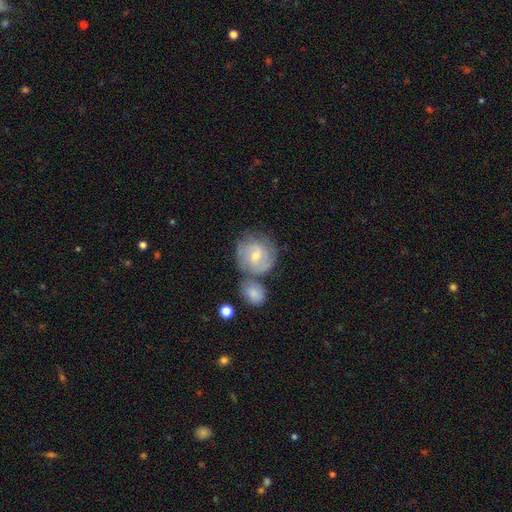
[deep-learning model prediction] Q: Smooth or featured?
A: featured or disk (58%); runner-up: smooth (35%)
Q: Edge-on disk?
A: no (97%); runner-up: yes (3%)
Q: Bar?
A: weak (50%); runner-up: no (40%)
Q: Spiral arms?
A: yes (80%); runner-up: no (20%)
Q: Bulge size?
A: moderate (50%); runner-up: small (45%)
Q: Merging?
A: none (48%); runner-up: merger (28%)